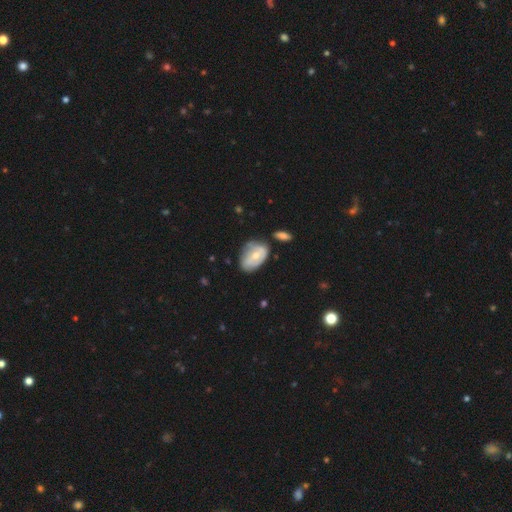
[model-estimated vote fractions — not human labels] The model was most divided on "smooth or featured": smooth: 48%, featured or disk: 46%, star or artifact: 6%. Remaining: merging — none (45%).